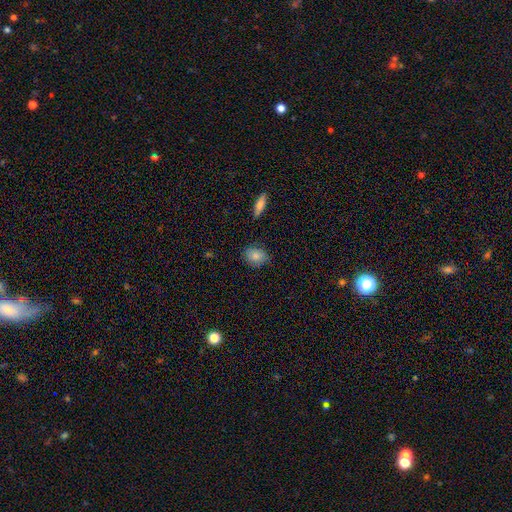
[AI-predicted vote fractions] This is clearly a smooth galaxy (84%). How rounded: possibly in between (57%). Merging: likely none (80%).